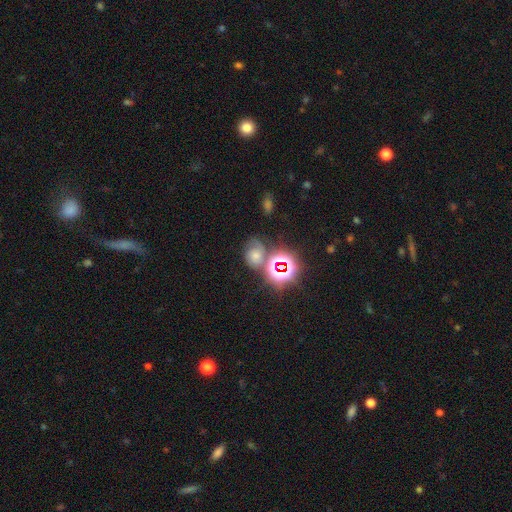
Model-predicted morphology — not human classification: Smooth or featured?
  - smooth: 38% *
  - star or artifact: 36%
  - featured or disk: 27%
Merging?
  - none: 49% *
  - minor disturbance: 21%
  - merger: 16%
  - major disturbance: 13%